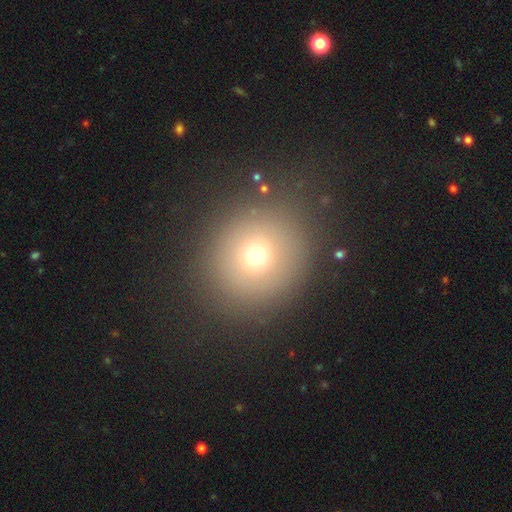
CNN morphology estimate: smooth 68%, star or artifact 20%, featured or disk 13%. Down the decision tree: how rounded — round (84%); merging — none (84%).